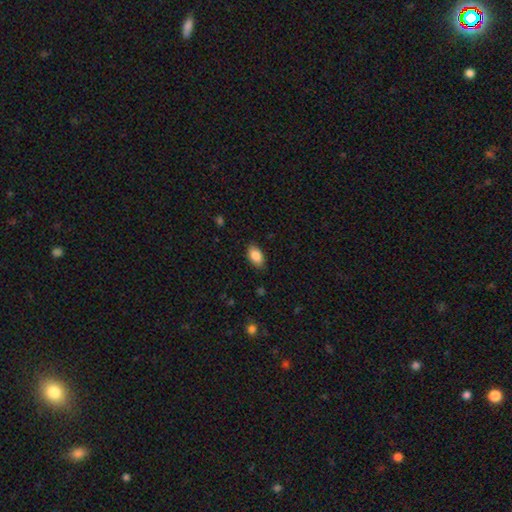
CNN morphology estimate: smooth 86%, star or artifact 7%, featured or disk 7%. Down the decision tree: how rounded — in between (92%); merging — none (86%).